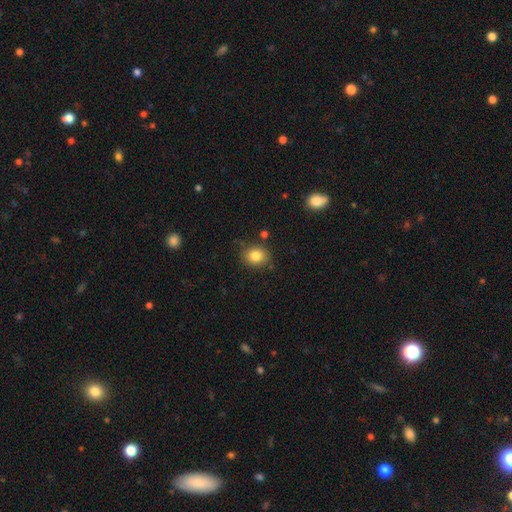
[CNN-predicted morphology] Smooth or featured? Predicted: smooth (p=0.83). How rounded? Predicted: round (p=0.60). Merging? Predicted: none (p=0.81).